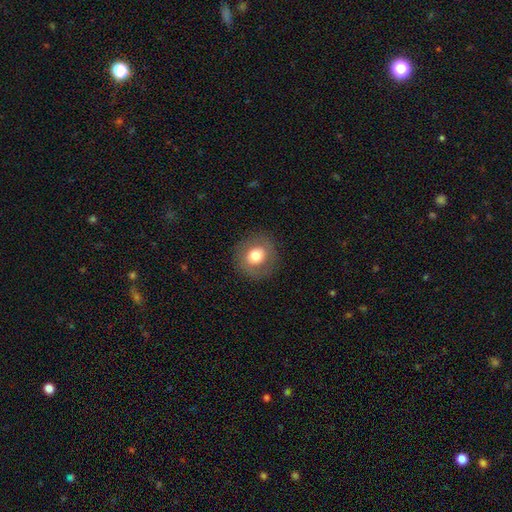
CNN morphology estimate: smooth 71%, featured or disk 20%, star or artifact 9%. Down the decision tree: how rounded — round (87%); merging — none (87%).